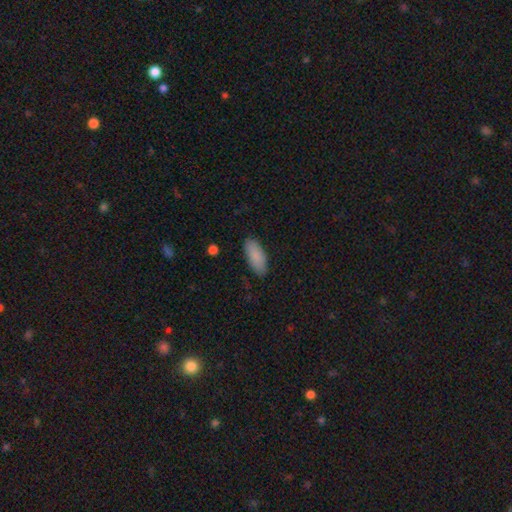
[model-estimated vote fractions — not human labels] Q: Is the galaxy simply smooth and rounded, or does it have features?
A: smooth — 88%.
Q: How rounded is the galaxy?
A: in between — 85%.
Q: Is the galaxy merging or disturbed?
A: none — 85%.